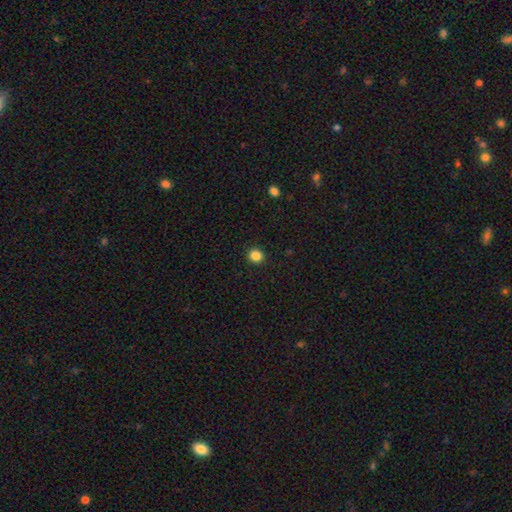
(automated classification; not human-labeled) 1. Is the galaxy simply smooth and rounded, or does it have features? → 85% smooth, 11% star or artifact, 3% featured or disk.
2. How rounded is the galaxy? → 85% round, 14% in between, 1% cigar-shaped.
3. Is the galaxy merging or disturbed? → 92% none, 5% minor disturbance, 2% major disturbance, 1% merger.